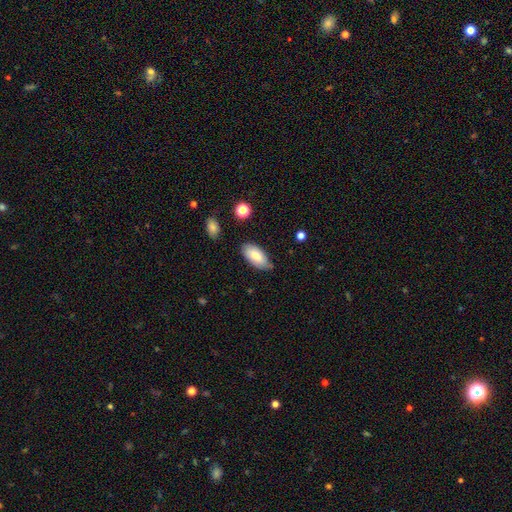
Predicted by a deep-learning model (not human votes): smooth-or-featured: smooth: 79% | featured or disk: 15% | star or artifact: 6%
  how-rounded: in between: 93% | cigar-shaped: 5% | round: 2%
  merging: none: 75% | minor disturbance: 20% | major disturbance: 3% | merger: 2%